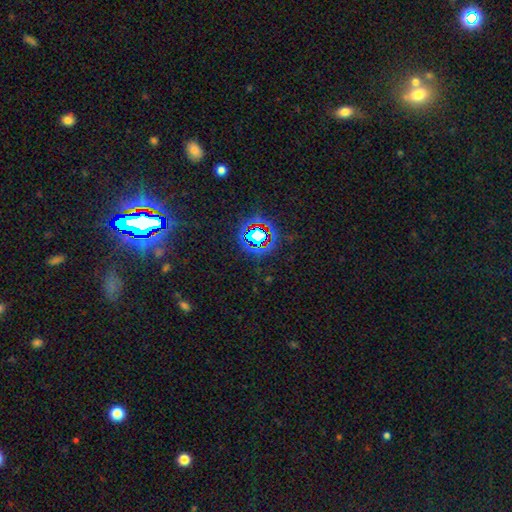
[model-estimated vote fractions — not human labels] Smooth or featured? star or artifact (81%)